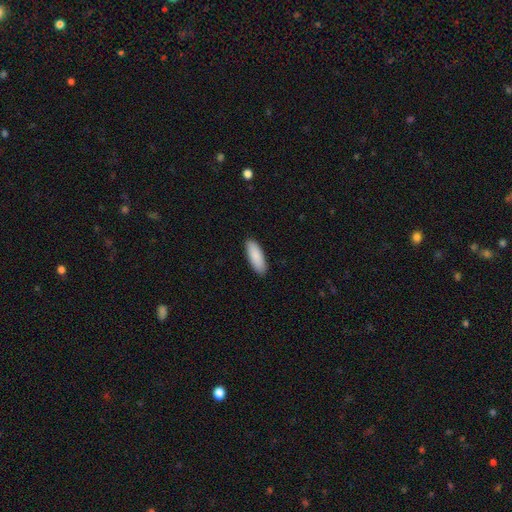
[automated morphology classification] This is clearly a smooth galaxy (89%). How rounded: likely in between (64%). Merging: clearly none (90%).